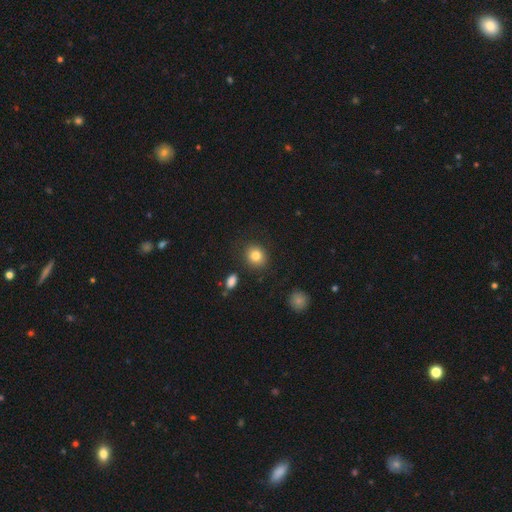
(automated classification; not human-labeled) Smooth or featured?
  - smooth: 82% *
  - star or artifact: 10%
  - featured or disk: 8%
How rounded?
  - round: 72% *
  - in between: 27%
  - cigar-shaped: 1%
Merging?
  - none: 85% *
  - minor disturbance: 9%
  - major disturbance: 3%
  - merger: 3%